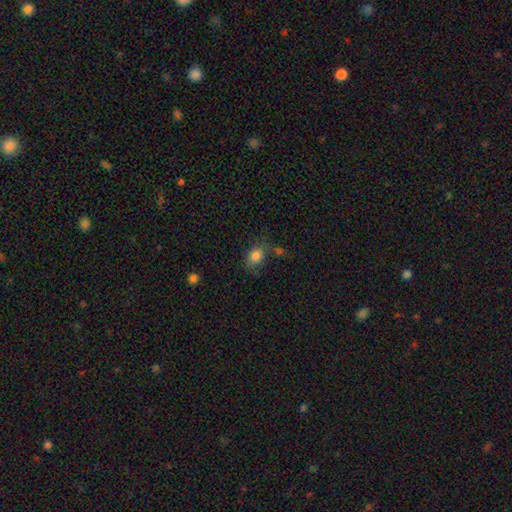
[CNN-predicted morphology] Smooth or featured: smooth — 82% (star or artifact — 10%)
How rounded: in between — 54% (round — 45%)
Merging: none — 60% (minor disturbance — 21%)